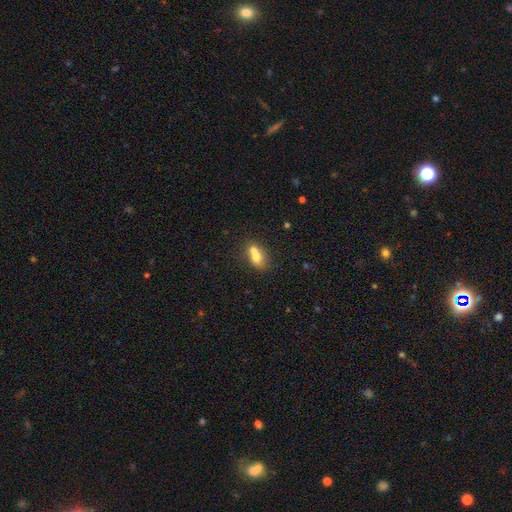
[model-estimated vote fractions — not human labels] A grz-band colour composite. It shows a smooth galaxy with no disk features (68%) that is in between round and cigar-shaped (60%). Merging: merger (64%).